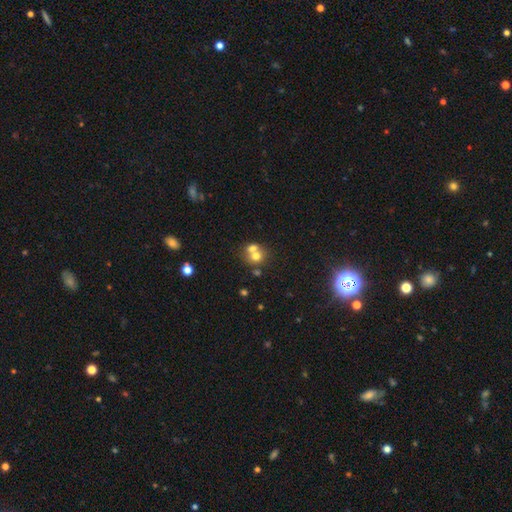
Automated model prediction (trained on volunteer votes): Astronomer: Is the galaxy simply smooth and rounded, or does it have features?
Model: smooth — 66%.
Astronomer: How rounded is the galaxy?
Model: round — 76%.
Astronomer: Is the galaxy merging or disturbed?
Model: merger — 56% (runner-up: none, 35%).